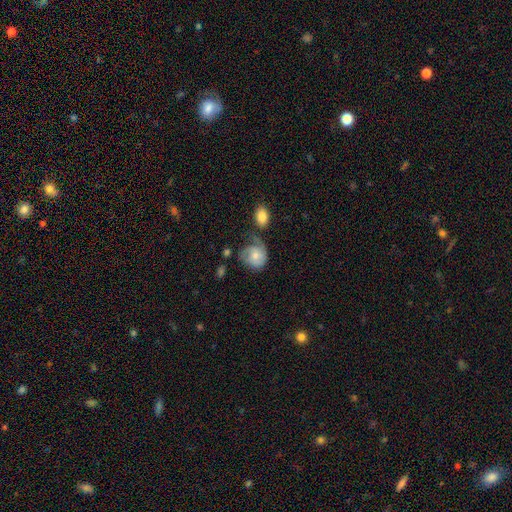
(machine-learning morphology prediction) The model was most divided on "merging": none: 32%, minor disturbance: 29%, major disturbance: 28%, merger: 11%. More confident: how rounded — round (62%); smooth or featured — smooth (50%).